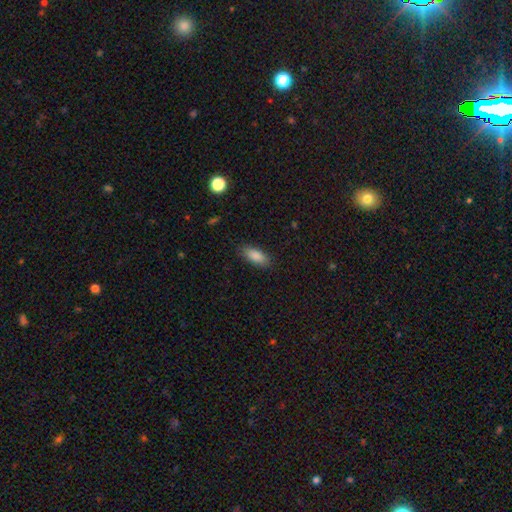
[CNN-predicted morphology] Smooth or featured?
  - smooth: 87% *
  - star or artifact: 7%
  - featured or disk: 6%
How rounded?
  - in between: 79% *
  - cigar-shaped: 18%
  - round: 2%
Merging?
  - none: 87% *
  - minor disturbance: 10%
  - major disturbance: 2%
  - merger: 1%